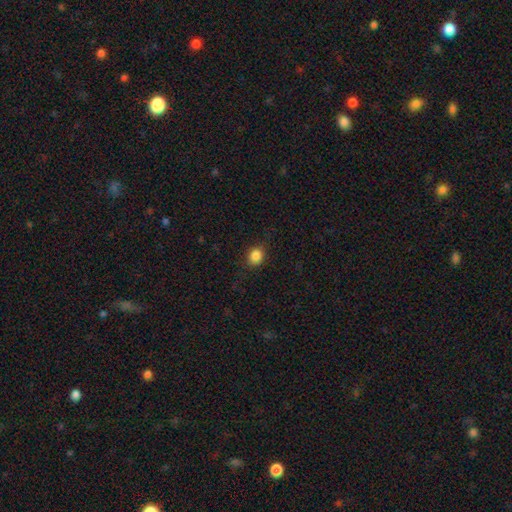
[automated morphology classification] This is clearly a smooth galaxy (85%). How rounded: likely round (62%). Merging: clearly none (87%).